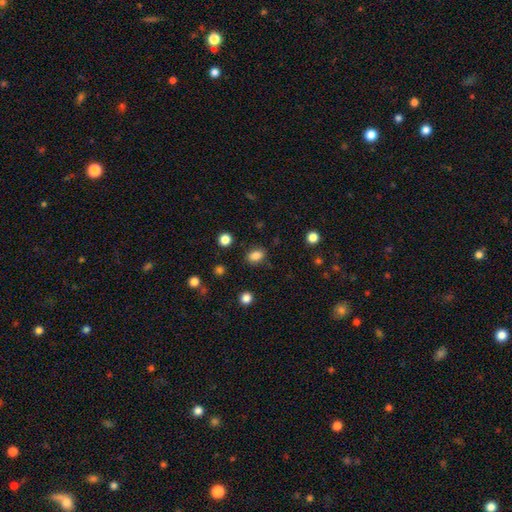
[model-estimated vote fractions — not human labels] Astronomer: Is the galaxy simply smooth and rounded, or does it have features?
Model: smooth — 84%.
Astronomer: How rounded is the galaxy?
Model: in between — 71%.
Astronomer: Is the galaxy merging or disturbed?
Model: none — 84%.